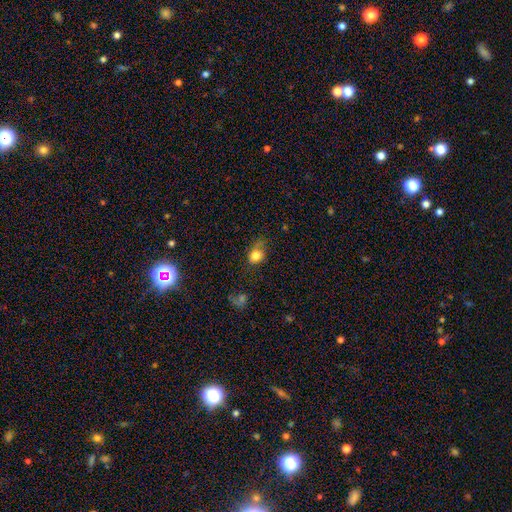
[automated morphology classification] type=smooth (80%); roundness=round (50%); merging=none (48%).